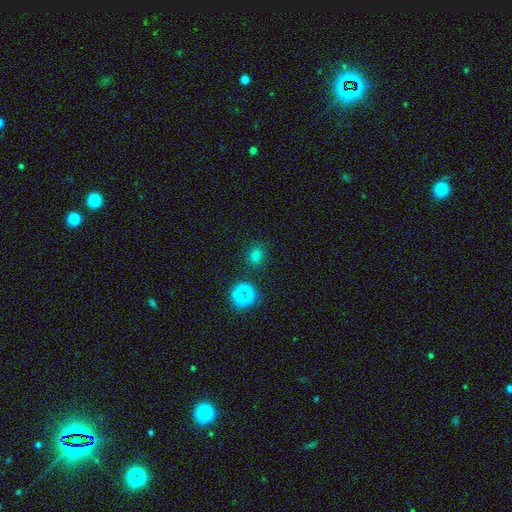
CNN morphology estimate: smooth-or-featured: smooth: 73% | star or artifact: 22% | featured or disk: 6%
  how-rounded: round: 74% | in between: 25% | cigar-shaped: 1%
  merging: none: 85% | minor disturbance: 9% | major disturbance: 3% | merger: 3%